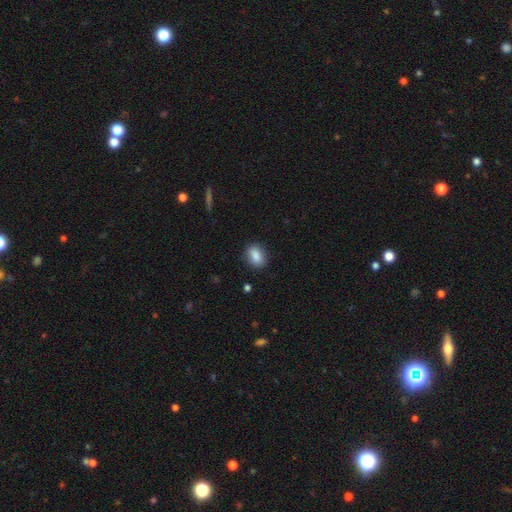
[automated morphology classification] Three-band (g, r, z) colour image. It shows a smooth galaxy with no disk features (87%) that is in between round and cigar-shaped (71%). Merging: none (86%).